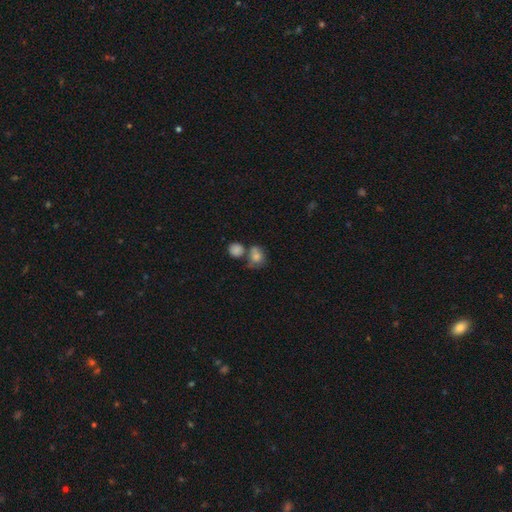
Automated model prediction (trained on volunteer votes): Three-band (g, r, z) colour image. It shows a smooth galaxy with no disk features (74%) that is round (65%). Merging: none (40%, tied with merger).